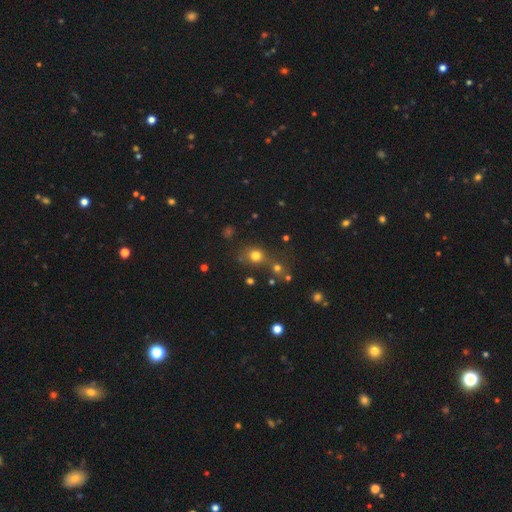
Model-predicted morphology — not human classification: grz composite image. It shows a smooth galaxy with no disk features (71%) that is round (83%). Merging: none (58%).